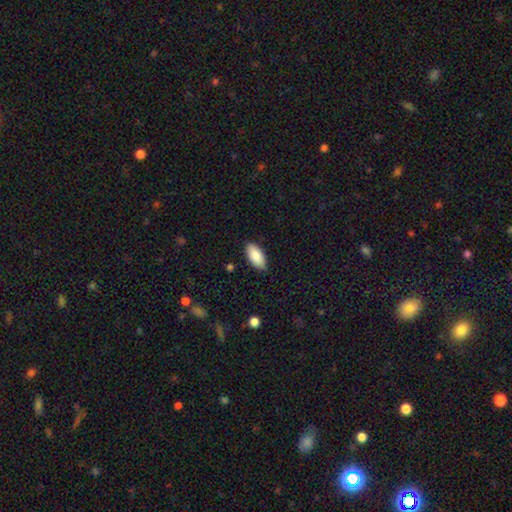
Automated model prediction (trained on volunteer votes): Q: Smooth or featured?
A: smooth (86%); runner-up: featured or disk (8%)
Q: How rounded?
A: in between (93%); runner-up: cigar-shaped (5%)
Q: Merging?
A: none (86%); runner-up: minor disturbance (11%)